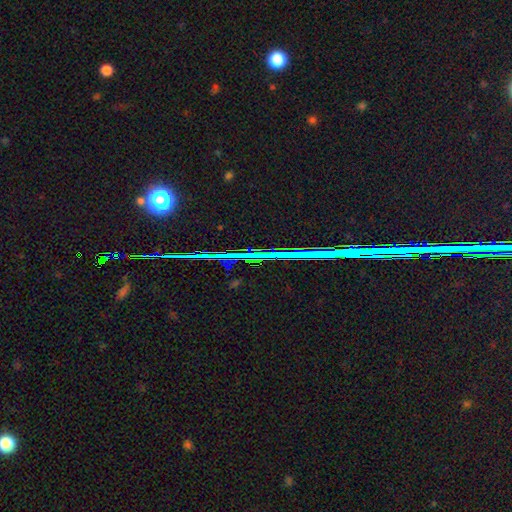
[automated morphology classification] Smooth or featured?
  - star or artifact: 77% *
  - featured or disk: 12%
  - smooth: 11%